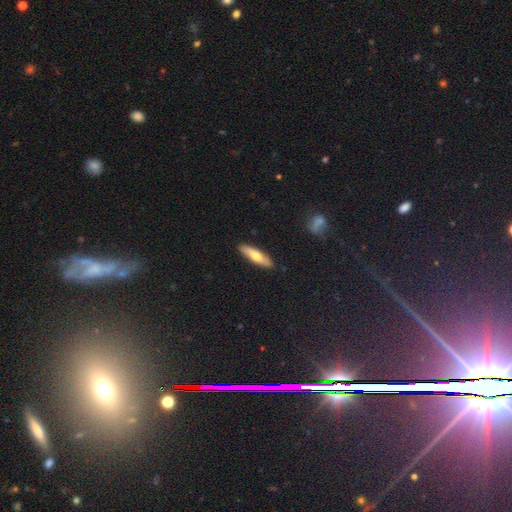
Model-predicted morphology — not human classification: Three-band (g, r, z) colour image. It shows a smooth galaxy with no disk features (62%) that is cigar-shaped (70%). Merging: none (89%).